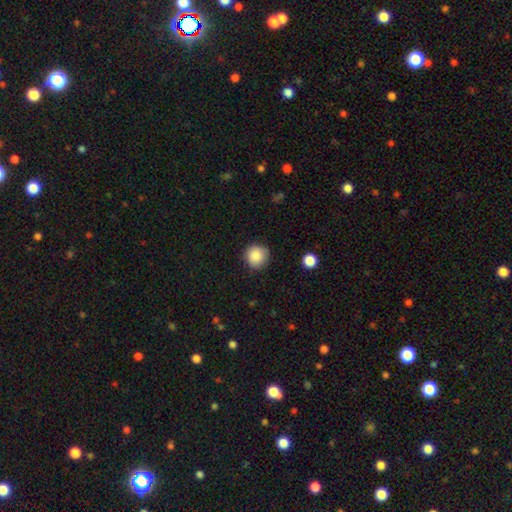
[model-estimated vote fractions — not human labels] The model was most divided on "smooth or featured": smooth: 87%, star or artifact: 9%, featured or disk: 4%. More confident: how rounded — round (94%); merging — none (87%).